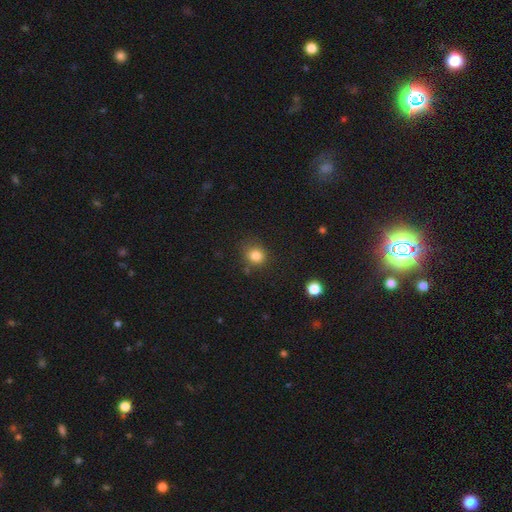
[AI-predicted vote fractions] smooth_or_featured: smooth (p=0.83) [alt: star or artifact p=0.12]
how_rounded: round (p=0.78) [alt: in between p=0.22]
merging: none (p=0.76) [alt: minor disturbance p=0.16]